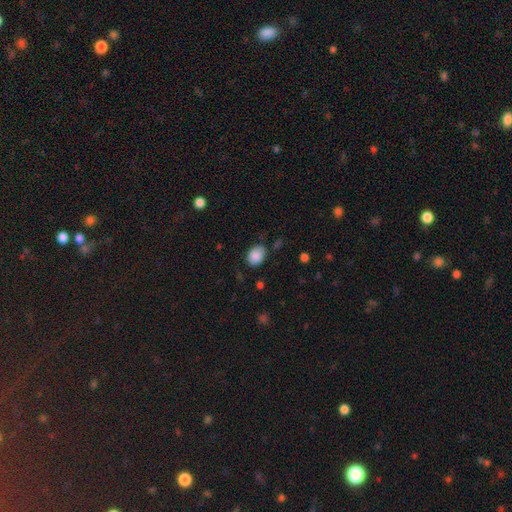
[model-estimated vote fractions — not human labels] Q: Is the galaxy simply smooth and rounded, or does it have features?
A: smooth — 88%.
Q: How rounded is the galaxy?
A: in between — 63%.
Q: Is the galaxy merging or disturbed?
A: none — 73%.